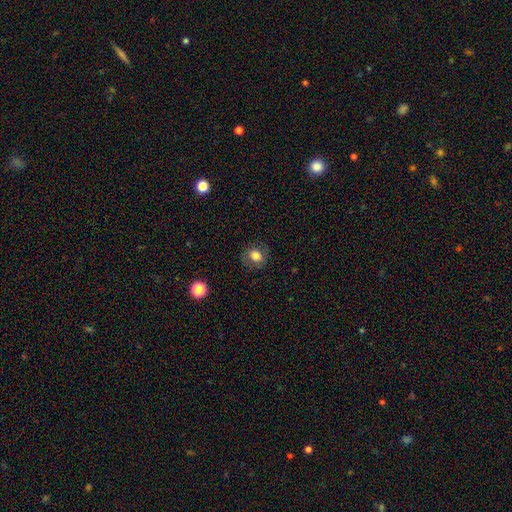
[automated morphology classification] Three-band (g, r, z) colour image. It shows a smooth galaxy with no disk features (76%) that is round (60%). Merging: none (81%).